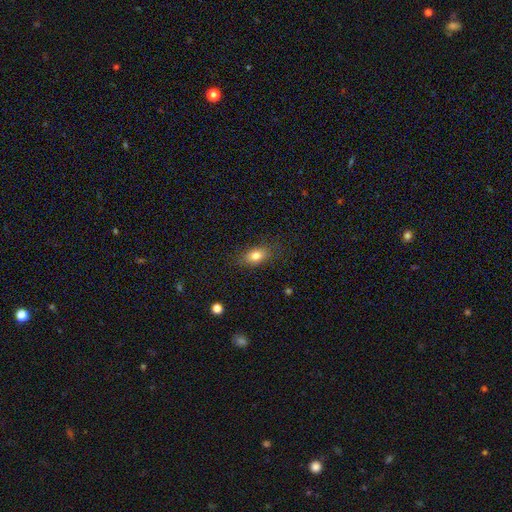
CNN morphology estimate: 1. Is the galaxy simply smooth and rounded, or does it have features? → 80% smooth, 11% featured or disk, 9% star or artifact.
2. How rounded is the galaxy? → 82% in between, 14% round, 5% cigar-shaped.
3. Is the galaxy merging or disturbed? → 80% none, 14% minor disturbance, 4% major disturbance, 1% merger.